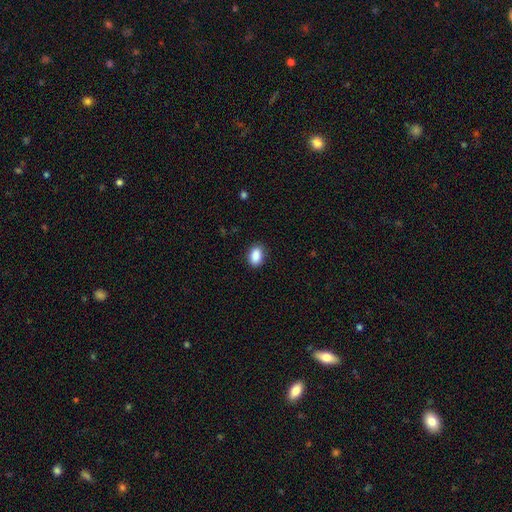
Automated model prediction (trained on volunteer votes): Smooth or featured?
  - smooth: 89% *
  - star or artifact: 8%
  - featured or disk: 3%
How rounded?
  - in between: 84% *
  - round: 15%
  - cigar-shaped: 2%
Merging?
  - none: 87% *
  - minor disturbance: 10%
  - major disturbance: 2%
  - merger: 1%